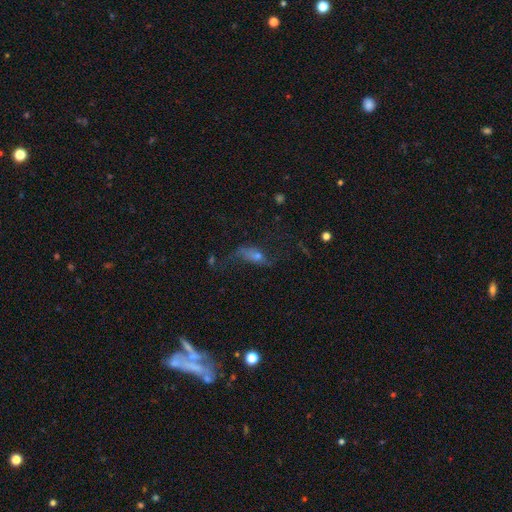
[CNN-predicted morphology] This is possibly a featured or disk galaxy (50%). It is clearly not viewed edge-on (81%). Merging: marginally none (44%).